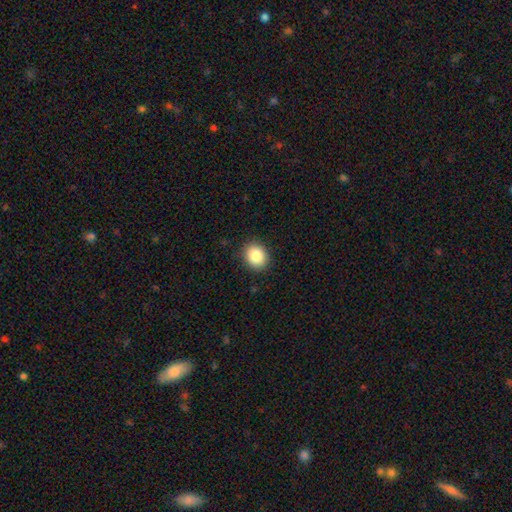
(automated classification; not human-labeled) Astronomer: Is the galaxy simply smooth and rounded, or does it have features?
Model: smooth — 85%.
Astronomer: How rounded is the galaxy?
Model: round — 65%.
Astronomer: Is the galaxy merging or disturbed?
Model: none — 90%.